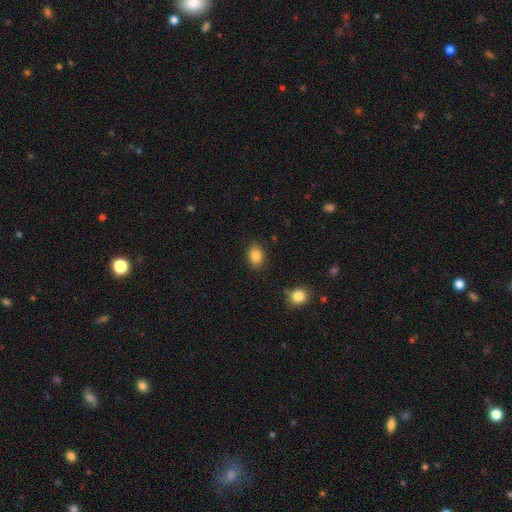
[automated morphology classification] Smooth or featured?
  - smooth: 85% *
  - star or artifact: 9%
  - featured or disk: 6%
How rounded?
  - in between: 73% *
  - round: 26%
  - cigar-shaped: 1%
Merging?
  - none: 87% *
  - minor disturbance: 9%
  - major disturbance: 2%
  - merger: 2%